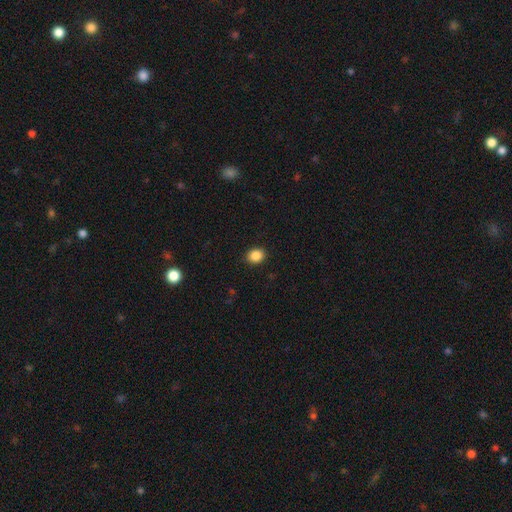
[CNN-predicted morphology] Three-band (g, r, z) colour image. It shows a smooth galaxy with no disk features (87%) that is round (58%). Merging: none (90%).